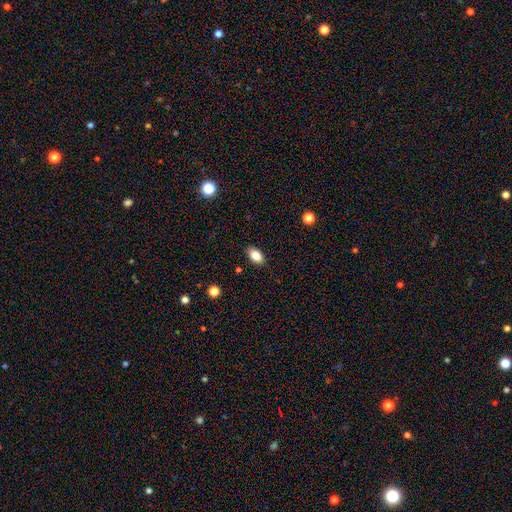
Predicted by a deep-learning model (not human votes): smooth 85%, star or artifact 9%, featured or disk 7%. Down the decision tree: how rounded — in between (90%); merging — none (87%).